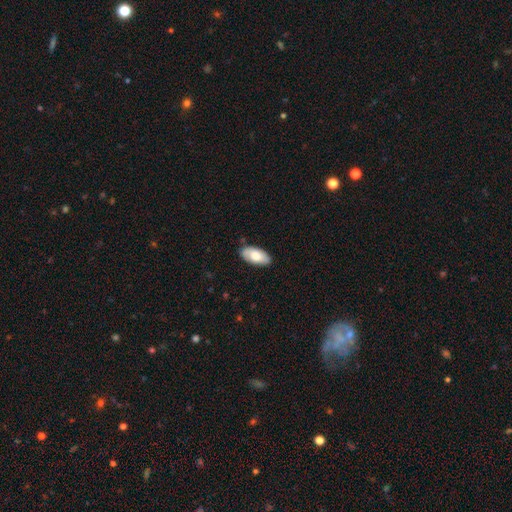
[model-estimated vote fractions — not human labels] smooth_or_featured: smooth (p=0.75) [alt: featured or disk p=0.19]
how_rounded: in between (p=0.93) [alt: cigar-shaped p=0.05]
merging: none (p=0.85) [alt: minor disturbance p=0.12]